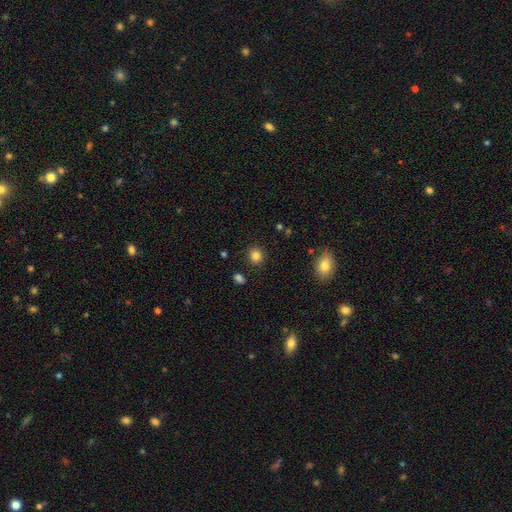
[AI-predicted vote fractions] The model was most divided on "smooth or featured": smooth: 83%, star or artifact: 12%, featured or disk: 5%. More confident: merging — none (89%); how rounded — round (87%).